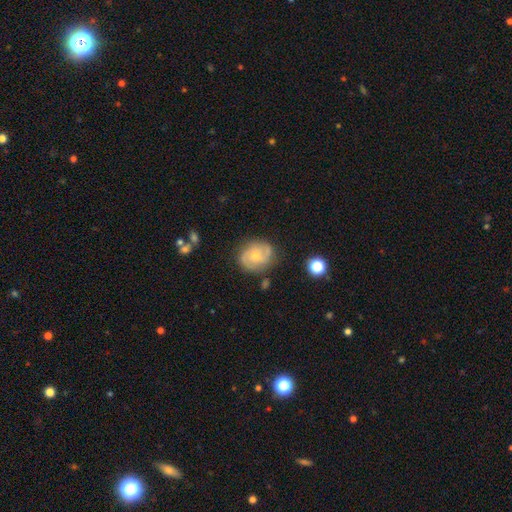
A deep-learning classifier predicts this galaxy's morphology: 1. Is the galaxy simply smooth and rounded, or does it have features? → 70% featured or disk, 24% smooth, 7% star or artifact.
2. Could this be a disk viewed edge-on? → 98% no, 2% yes.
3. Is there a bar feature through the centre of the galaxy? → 67% no, 29% weak, 4% strong.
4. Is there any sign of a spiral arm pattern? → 90% yes, 10% no.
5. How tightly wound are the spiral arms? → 46% medium, 38% tight, 16% loose.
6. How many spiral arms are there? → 69% 2, 14% can't tell, 9% 3, 3% 1, 2% 4, 2% more than 4.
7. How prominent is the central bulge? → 61% small, 35% moderate, 2% none, 1% large, 1% dominant.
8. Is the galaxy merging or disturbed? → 74% none, 17% minor disturbance, 6% major disturbance, 3% merger.